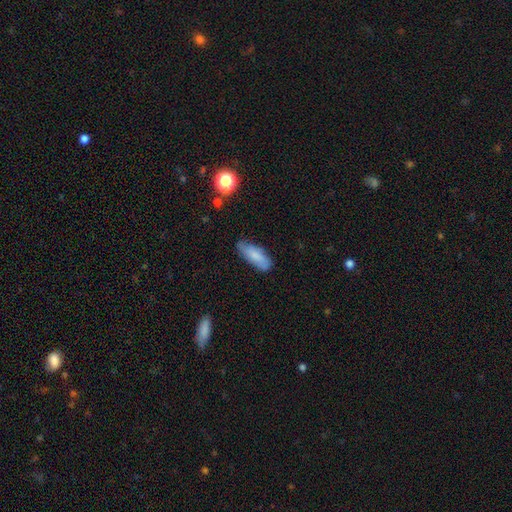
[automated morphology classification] Smooth or featured? Predicted: smooth (p=0.77). How rounded? Predicted: in between (p=0.67). Merging? Predicted: none (p=0.66).